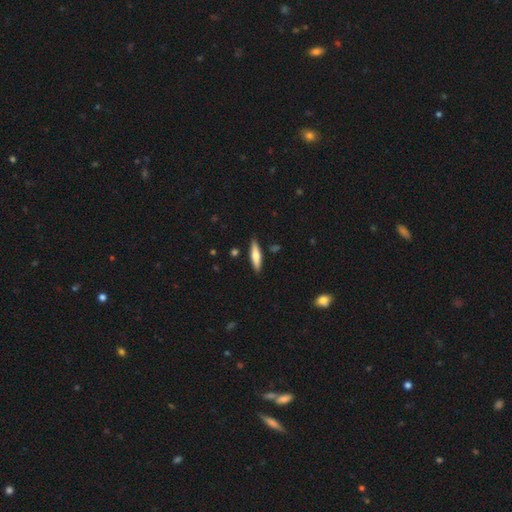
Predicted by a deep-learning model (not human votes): A smooth galaxy with no disk features (62%) that is cigar-shaped (77%).

Vote fractions:
- Smooth or featured? smooth: 62% / featured or disk: 32% / star or artifact: 6%
- How rounded? cigar-shaped: 77% / in between: 22% / round: 2%
- Merging? none: 87% / minor disturbance: 9% / merger: 2% / major disturbance: 2%